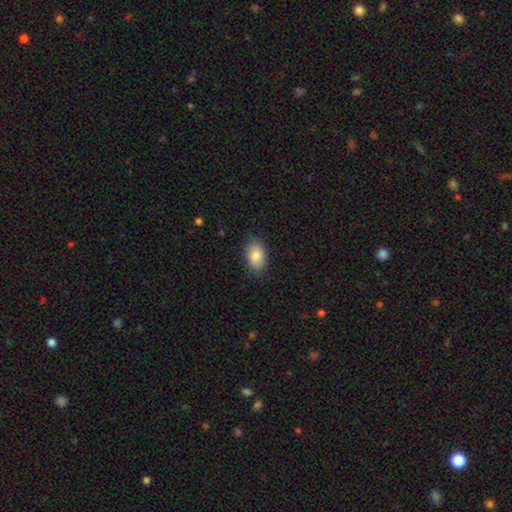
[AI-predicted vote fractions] Morphology: type=smooth (86%); roundness=in between (89%); merging=none (86%).